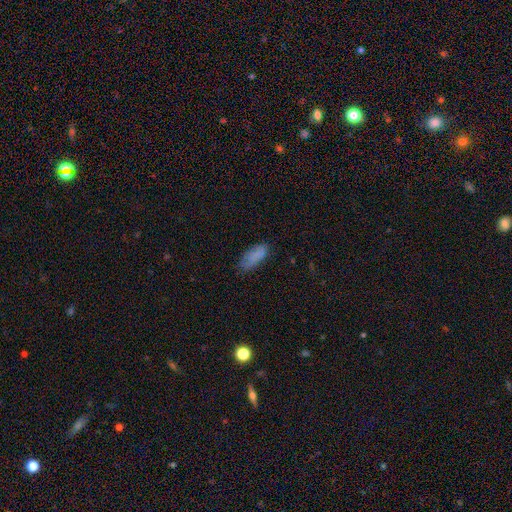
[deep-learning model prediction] Smooth or featured? smooth (82%)
How rounded? in between (77%)
Merging? none (69%)